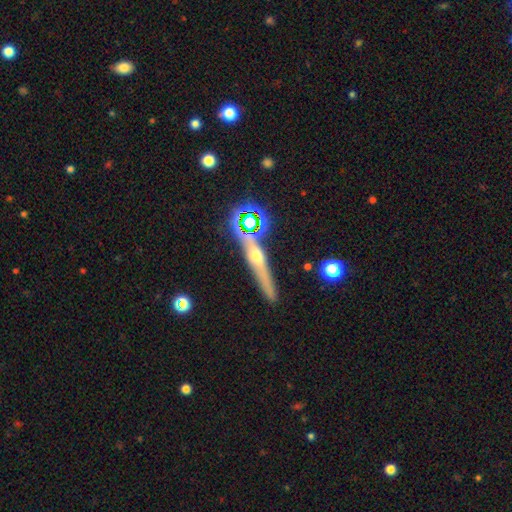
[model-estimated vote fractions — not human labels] A featured or disk galaxy (59%) viewed edge-on (93%) with a rounded central bulge (90%).

Vote fractions:
- Smooth or featured? featured or disk: 59% / smooth: 24% / star or artifact: 16%
- Edge-on disk? yes: 93% / no: 7%
- Edge-on bulge? rounded: 90% / none: 6% / boxy: 4%
- Merging? none: 84% / minor disturbance: 9% / merger: 5% / major disturbance: 3%